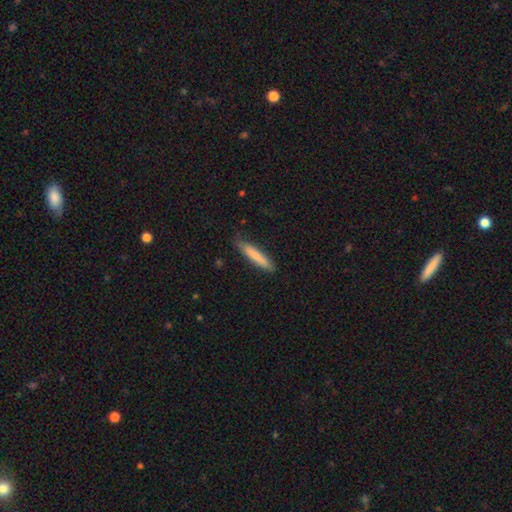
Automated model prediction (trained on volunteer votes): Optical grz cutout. It shows a smooth galaxy with no disk features (80%) that is cigar-shaped (90%). Merging: none (82%).